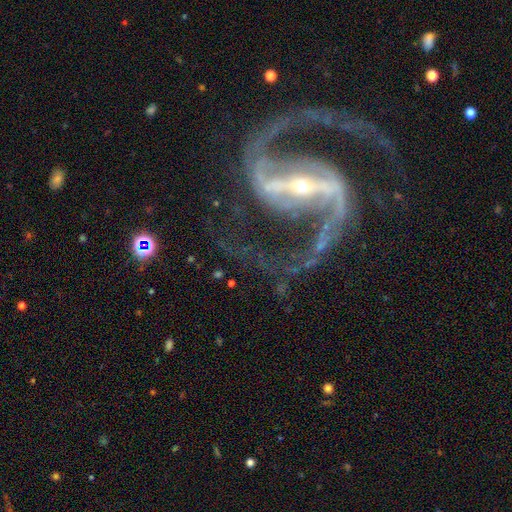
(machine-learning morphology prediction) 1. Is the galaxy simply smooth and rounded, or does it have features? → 94% featured or disk, 4% star or artifact, 2% smooth.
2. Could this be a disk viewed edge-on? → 98% no, 2% yes.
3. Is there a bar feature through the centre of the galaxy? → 80% strong, 14% weak, 5% no.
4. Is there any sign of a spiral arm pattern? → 99% yes, 1% no.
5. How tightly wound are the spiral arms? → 66% medium, 20% loose, 14% tight.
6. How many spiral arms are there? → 95% 2, 1% 3, 1% can't tell, 1% 1, 1% 4, 1% more than 4.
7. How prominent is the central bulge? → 77% small, 19% moderate, 2% large, 1% none, 1% dominant.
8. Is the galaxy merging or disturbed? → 80% none, 11% minor disturbance, 8% major disturbance, 2% merger.